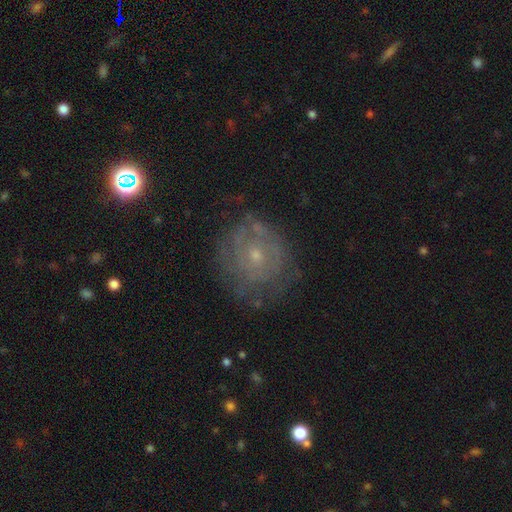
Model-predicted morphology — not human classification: Smooth or featured?
  - featured or disk: 64% *
  - smooth: 24%
  - star or artifact: 12%
Edge-on disk?
  - no: 97% *
  - yes: 3%
Bar?
  - no: 81% *
  - weak: 16%
  - strong: 3%
Spiral arms?
  - yes: 70% *
  - no: 30%
Bulge size?
  - small: 73% *
  - moderate: 22%
  - none: 3%
  - large: 1%
  - dominant: 1%
Merging?
  - none: 68% *
  - minor disturbance: 20%
  - major disturbance: 10%
  - merger: 2%